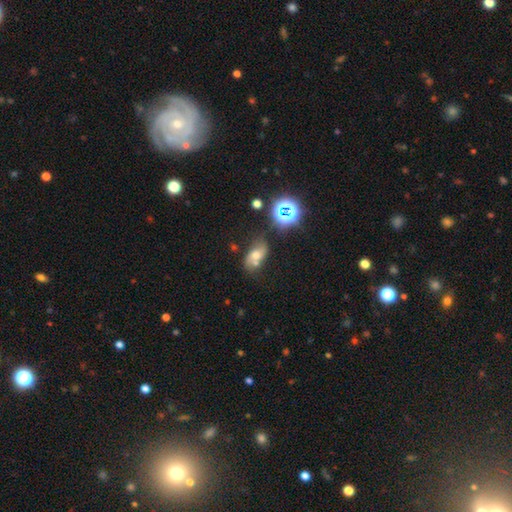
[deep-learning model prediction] The model was most divided on "smooth or featured": smooth: 45%, featured or disk: 34%, star or artifact: 21%. Remaining: merging — none (50%).